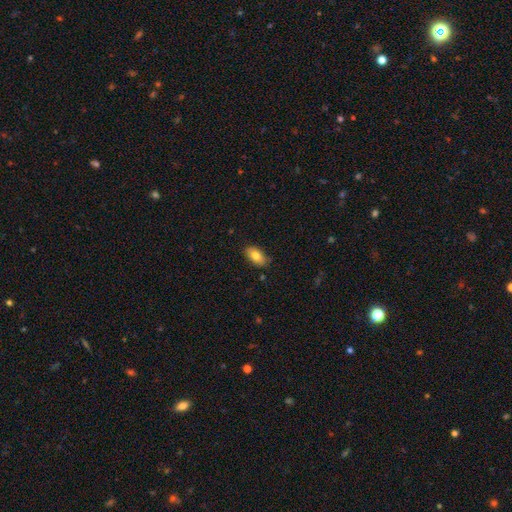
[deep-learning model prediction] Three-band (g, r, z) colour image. It shows a smooth galaxy with no disk features (81%) that is in between round and cigar-shaped (91%). Merging: none (85%).